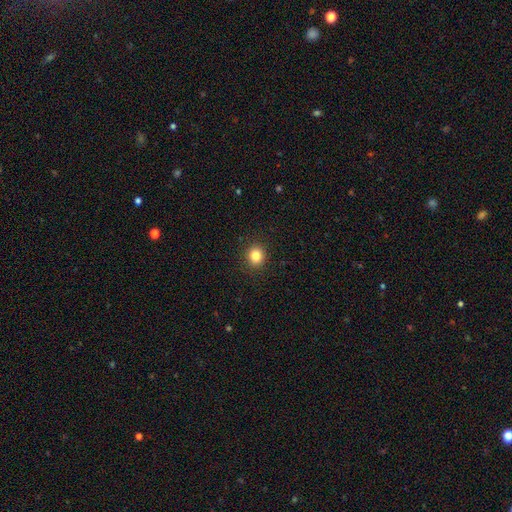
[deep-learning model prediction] Smooth or featured? Predicted: smooth (p=0.83). How rounded? Predicted: round (p=0.80). Merging? Predicted: none (p=0.91).